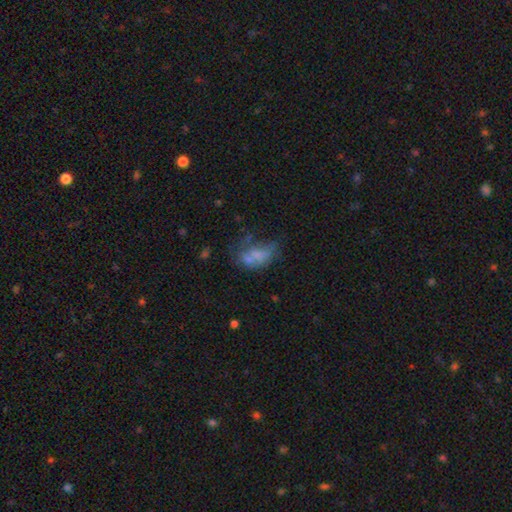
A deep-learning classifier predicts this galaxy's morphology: type=smooth (49%); merging=none (30%).